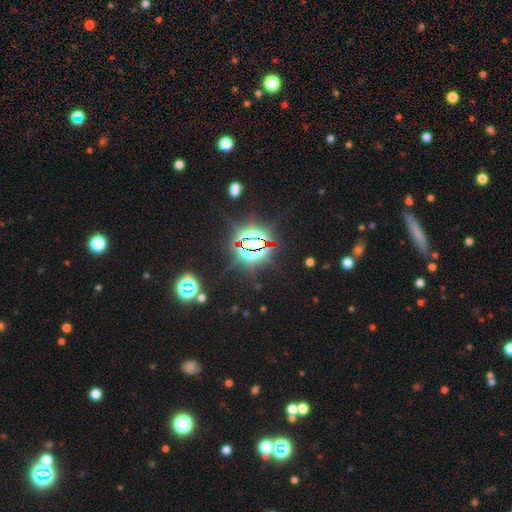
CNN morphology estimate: Smooth or featured: star or artifact — 82% (smooth — 11%)